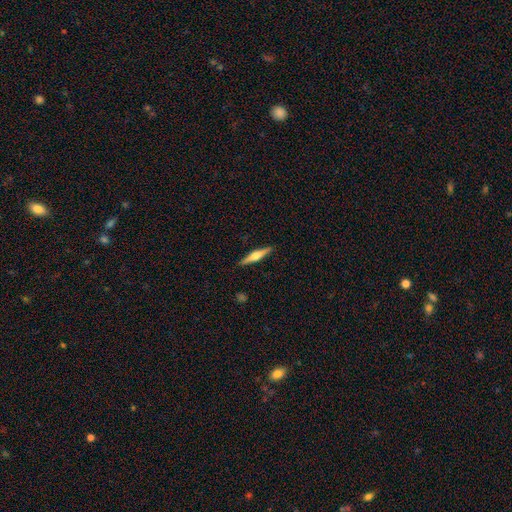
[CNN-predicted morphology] smooth-or-featured: featured or disk: 62% | smooth: 32% | star or artifact: 5%
  disk-edge-on: yes: 98% | no: 2%
    edge-on-bulge: rounded: 90% | boxy: 7% | none: 4%
  merging: none: 91% | minor disturbance: 7% | major disturbance: 1% | merger: 1%